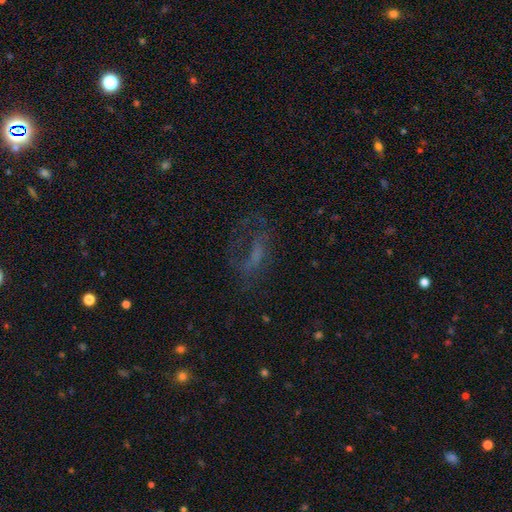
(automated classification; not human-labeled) A featured or disk galaxy (44%).

Vote fractions:
- Smooth or featured? featured or disk: 44% / smooth: 33% / star or artifact: 23%
- Merging? none: 41% / major disturbance: 38% / minor disturbance: 18% / merger: 3%